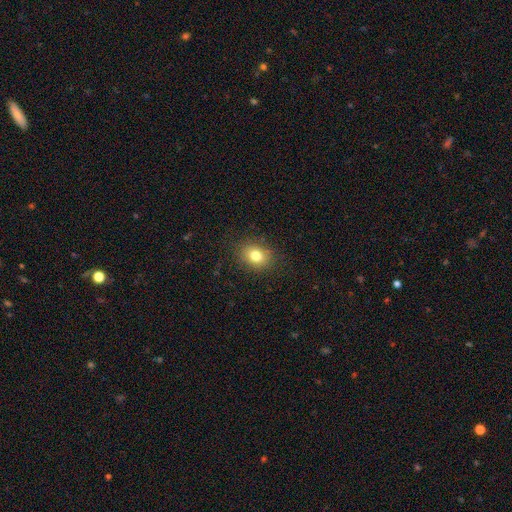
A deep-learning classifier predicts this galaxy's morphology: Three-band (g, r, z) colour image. It shows a smooth galaxy with no disk features (79%) that is in between round and cigar-shaped (52%). Merging: none (87%).